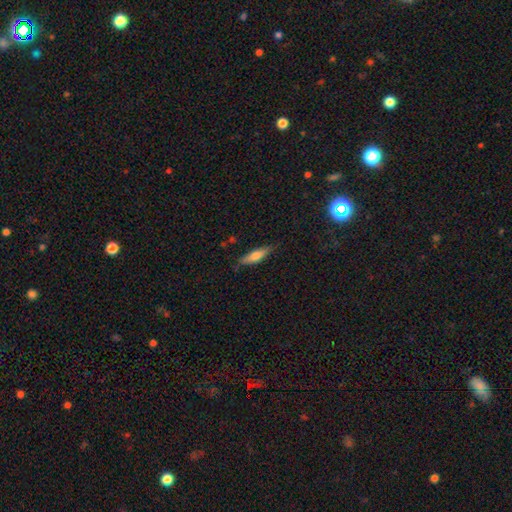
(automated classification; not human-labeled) smooth-or-featured: smooth: 58% | featured or disk: 35% | star or artifact: 7%
  how-rounded: cigar-shaped: 67% | in between: 31% | round: 2%
  merging: none: 80% | minor disturbance: 15% | major disturbance: 3% | merger: 2%